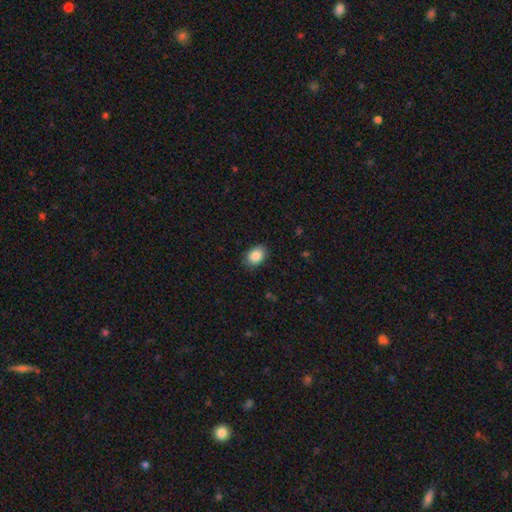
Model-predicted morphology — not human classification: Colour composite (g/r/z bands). It shows a smooth galaxy with no disk features (88%) that is in between round and cigar-shaped (73%). Merging: none (84%).